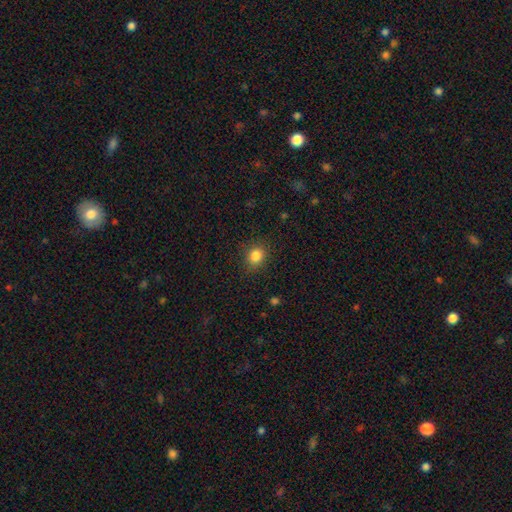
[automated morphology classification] type=smooth (85%); roundness=round (60%); merging=none (86%).